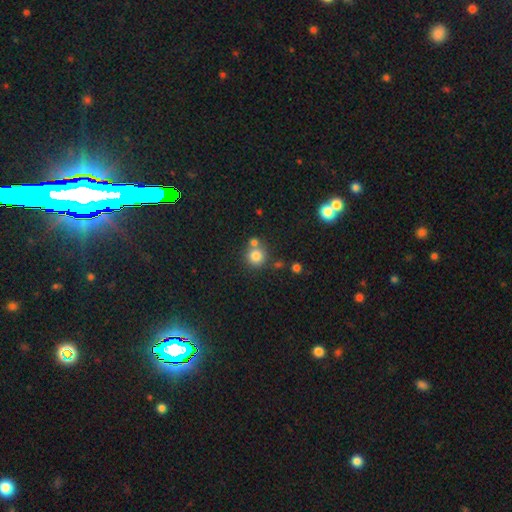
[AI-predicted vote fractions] Smooth or featured?
  - smooth: 81% *
  - star or artifact: 12%
  - featured or disk: 7%
How rounded?
  - round: 91% *
  - in between: 8%
  - cigar-shaped: 1%
Merging?
  - none: 62% *
  - merger: 26%
  - minor disturbance: 9%
  - major disturbance: 3%